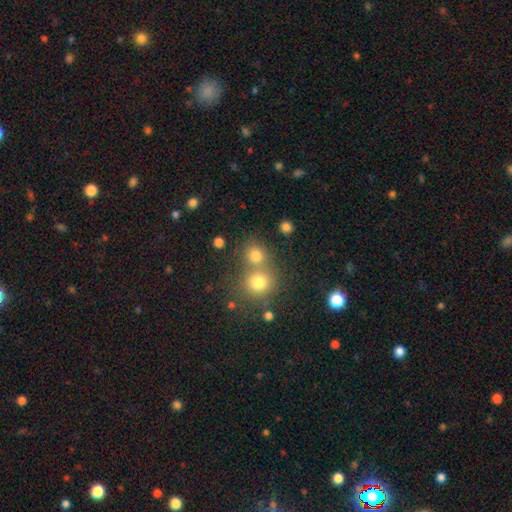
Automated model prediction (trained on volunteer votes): Smooth or featured? Predicted: smooth (p=0.78). How rounded? Predicted: round (p=0.83). Merging? Predicted: none (p=0.50).